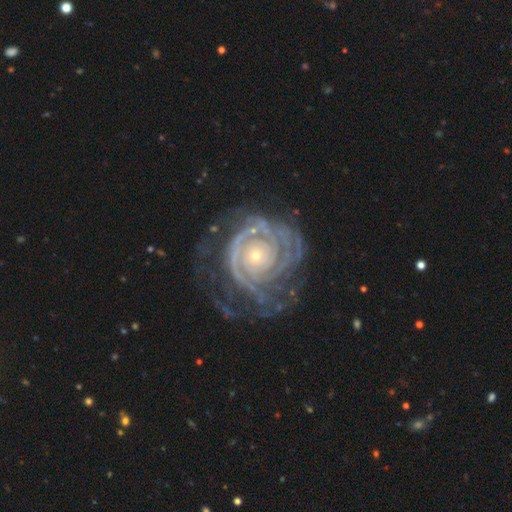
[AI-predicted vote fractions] Smooth or featured?
  - featured or disk: 91% *
  - star or artifact: 5%
  - smooth: 4%
Edge-on disk?
  - no: 97% *
  - yes: 3%
Bar?
  - no: 81% *
  - weak: 13%
  - strong: 7%
Spiral arms?
  - yes: 97% *
  - no: 3%
Spiral winding?
  - tight: 83% *
  - medium: 14%
  - loose: 3%
Spiral arm count?
  - can't tell: 24% *
  - 2: 20%
  - 3: 19%
  - 4: 17%
  - more than 4: 12%
  - 1: 7%
Bulge size?
  - small: 78% *
  - moderate: 18%
  - large: 2%
  - none: 1%
  - dominant: 1%
Merging?
  - none: 58% *
  - minor disturbance: 21%
  - major disturbance: 18%
  - merger: 2%